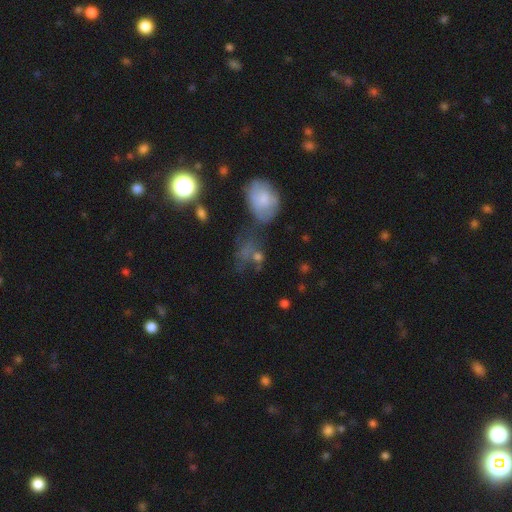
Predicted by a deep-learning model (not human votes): Q: Smooth or featured?
A: smooth (44%); runner-up: star or artifact (33%)
Q: Merging?
A: none (43%); runner-up: merger (20%)